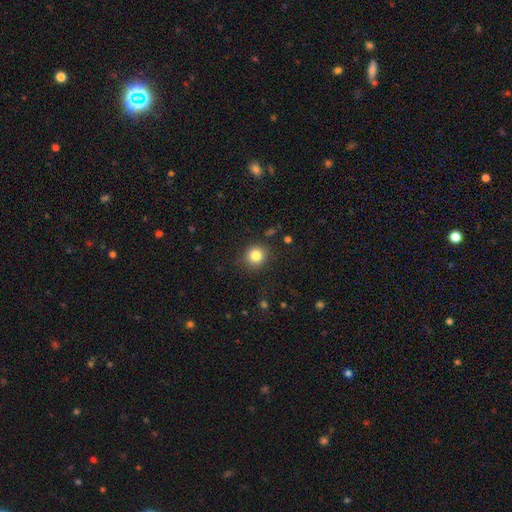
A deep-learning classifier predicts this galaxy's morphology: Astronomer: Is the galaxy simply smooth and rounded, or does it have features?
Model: smooth — 83%.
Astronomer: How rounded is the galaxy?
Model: round — 89%.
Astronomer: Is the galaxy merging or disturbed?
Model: none — 88%.